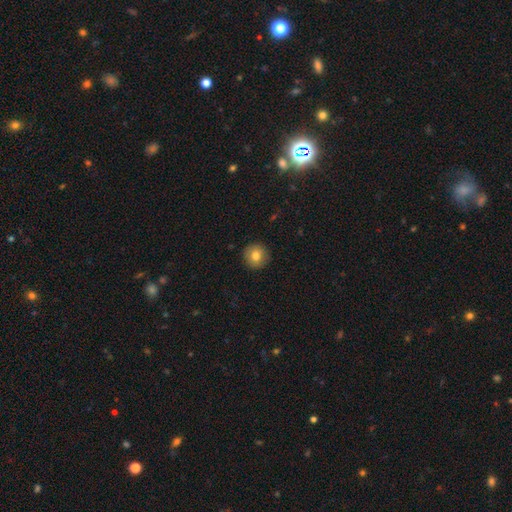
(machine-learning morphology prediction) This appears to be a smooth galaxy with no disk features (80%) that is round (95%). Merging: none (91%).